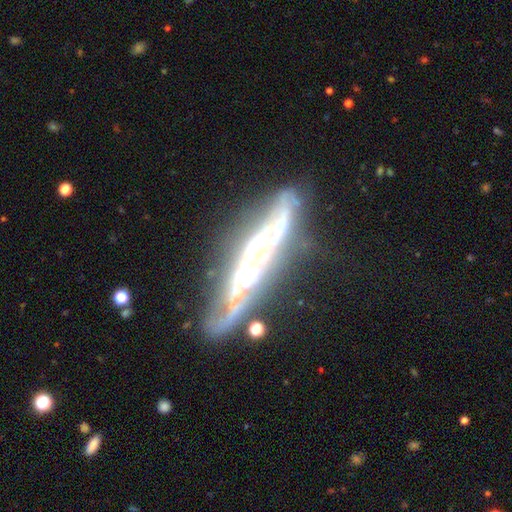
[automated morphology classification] Smooth or featured? featured or disk (80%)
Edge-on disk? yes (64%)
Edge-on bulge? none (60%)
Merging? none (62%)